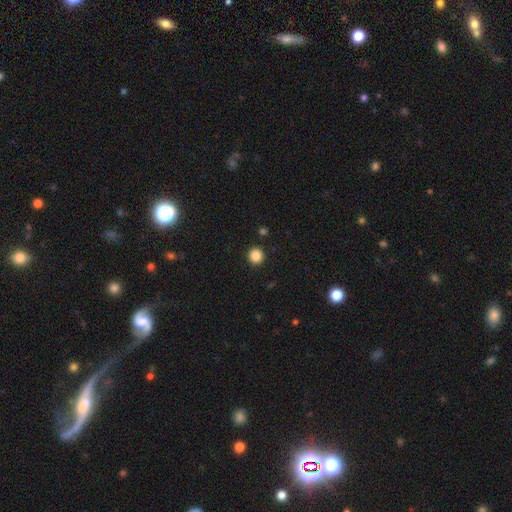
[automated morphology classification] A smooth galaxy with no disk features (86%) that is round (95%). Merging: none (93%).